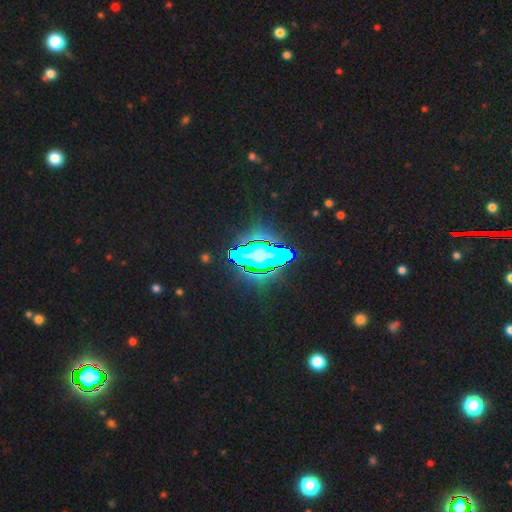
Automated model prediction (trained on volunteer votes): The model was most divided on "smooth or featured": star or artifact: 76%, smooth: 13%, featured or disk: 11%.